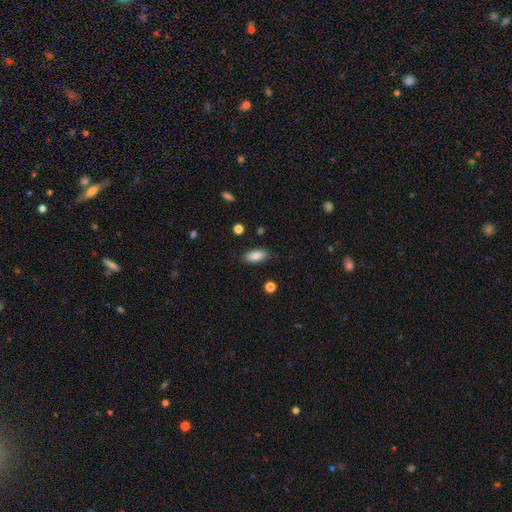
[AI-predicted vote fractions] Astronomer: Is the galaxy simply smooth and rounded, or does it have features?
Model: smooth — 87%.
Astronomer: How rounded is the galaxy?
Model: in between — 87%.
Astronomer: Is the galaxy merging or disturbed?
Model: none — 85%.